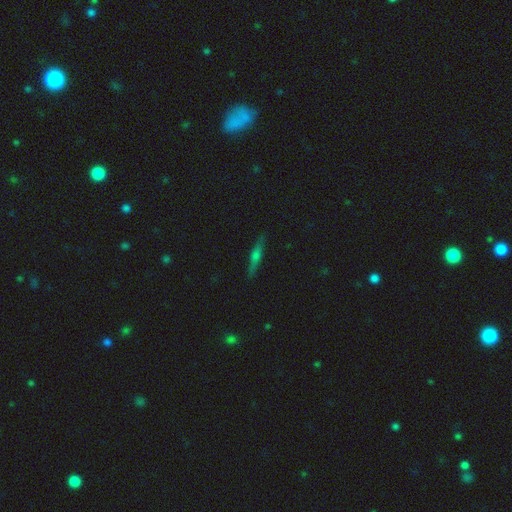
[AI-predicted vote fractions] Q: Smooth or featured?
A: featured or disk (63%); runner-up: smooth (27%)
Q: Edge-on disk?
A: yes (95%); runner-up: no (5%)
Q: Edge-on bulge?
A: rounded (83%); runner-up: none (9%)
Q: Merging?
A: none (89%); runner-up: minor disturbance (8%)